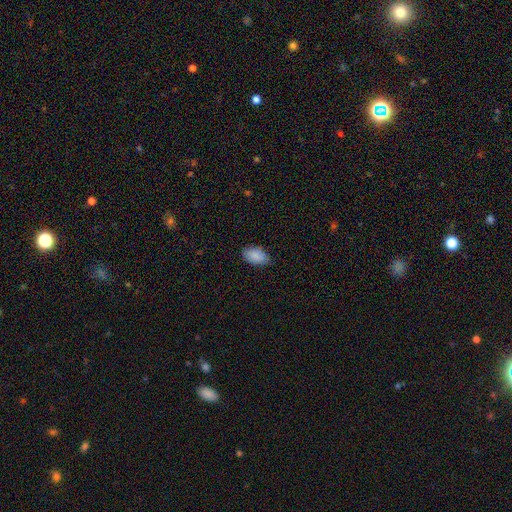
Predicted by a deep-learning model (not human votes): smooth_or_featured: smooth (p=0.89) [alt: star or artifact p=0.07]
how_rounded: in between (p=0.94) [alt: round p=0.04]
merging: none (p=0.79) [alt: minor disturbance p=0.17]